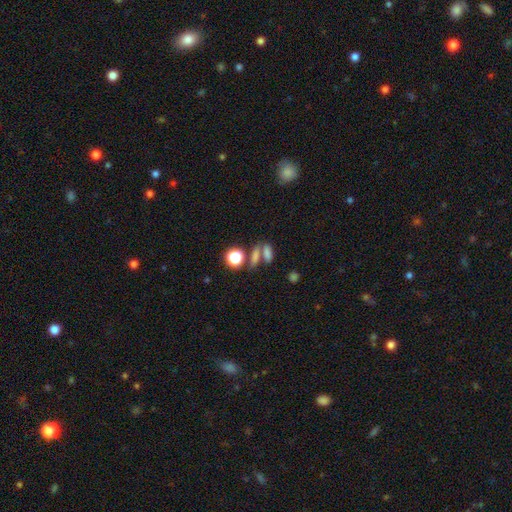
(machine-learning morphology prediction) This is likely a smooth galaxy (67%). How rounded: possibly in between (49%). Merging: possibly none (49%).